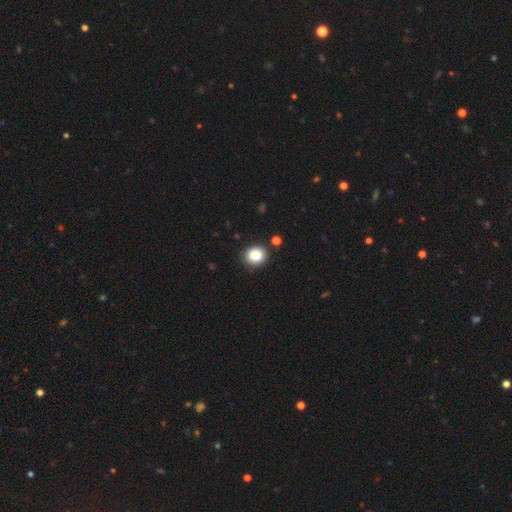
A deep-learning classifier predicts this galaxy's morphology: Smooth or featured: smooth — 84% (star or artifact — 10%)
How rounded: round — 77% (in between — 22%)
Merging: none — 87% (minor disturbance — 8%)